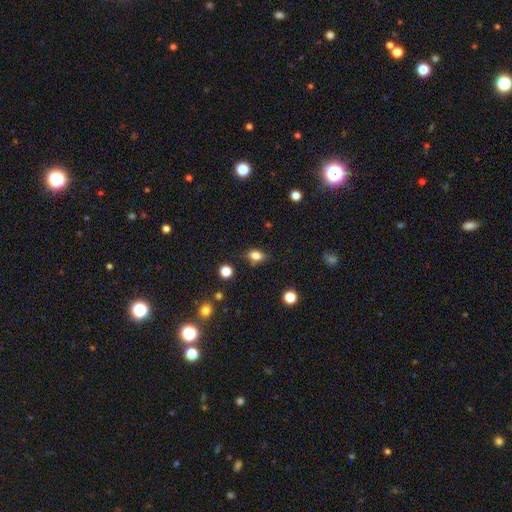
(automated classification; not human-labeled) Smooth or featured? Predicted: smooth (p=0.78). How rounded? Predicted: in between (p=0.72). Merging? Predicted: none (p=0.73).